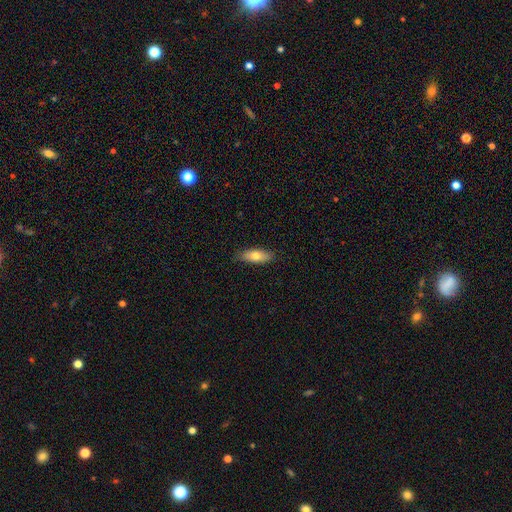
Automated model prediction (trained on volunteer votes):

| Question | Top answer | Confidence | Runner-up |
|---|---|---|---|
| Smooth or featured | smooth | 74% | featured or disk (20%) |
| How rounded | in between | 68% | cigar-shaped (29%) |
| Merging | none | 86% | minor disturbance (12%) |